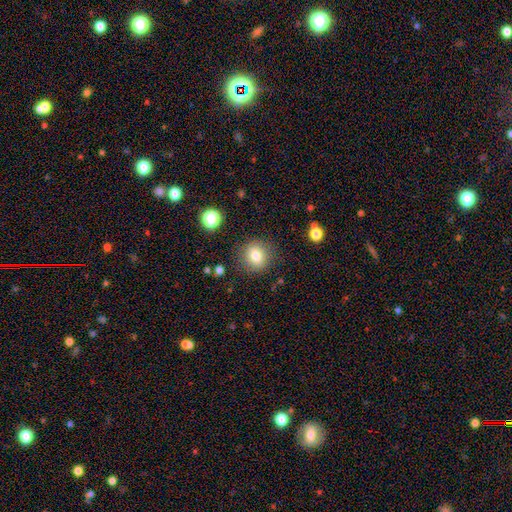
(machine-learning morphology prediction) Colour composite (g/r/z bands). It shows a smooth galaxy with no disk features (78%) that is round (86%). Merging: none (85%).